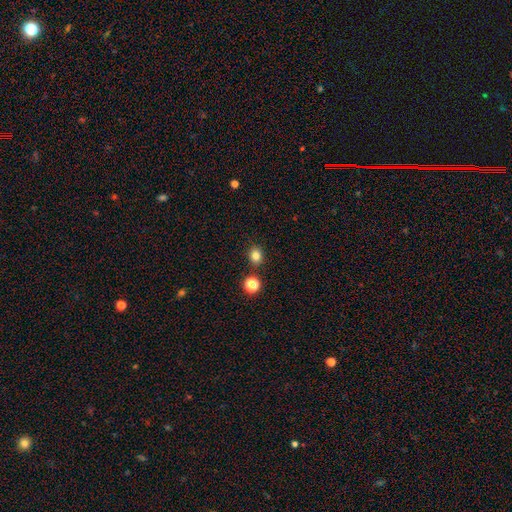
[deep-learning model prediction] Smooth or featured: smooth — 82% (star or artifact — 13%)
How rounded: round — 68% (in between — 31%)
Merging: none — 85% (minor disturbance — 8%)